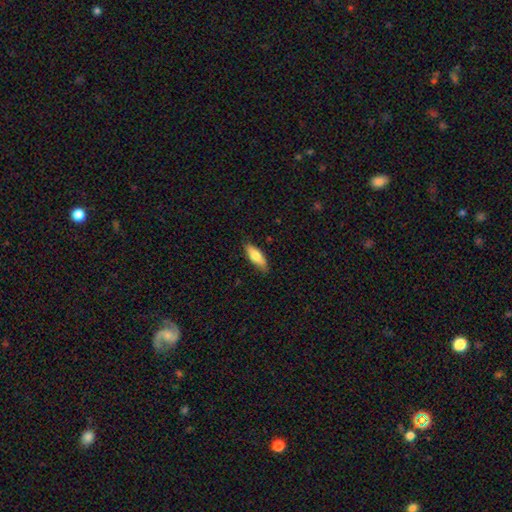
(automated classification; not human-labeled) Overall: smooth (76%). How rounded: in between (59%; cigar-shaped 39%). Merging: none (83%).